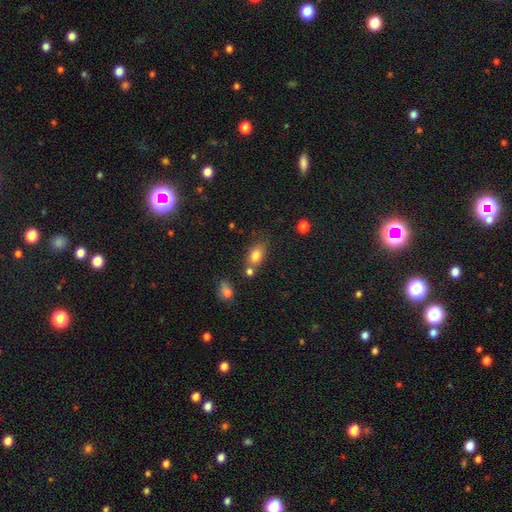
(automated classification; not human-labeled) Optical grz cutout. It shows a smooth galaxy with no disk features (80%) that is in between round and cigar-shaped (80%). Merging: none (57%).